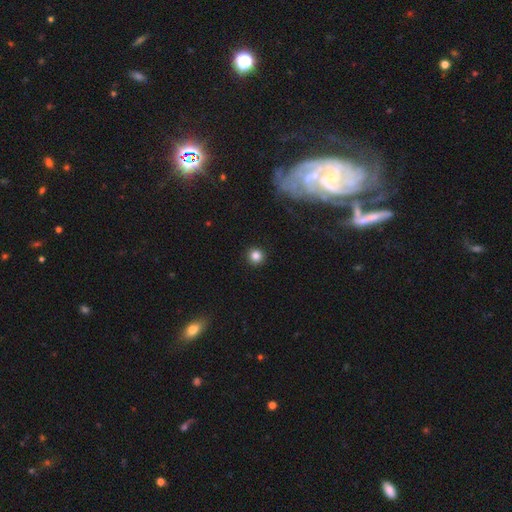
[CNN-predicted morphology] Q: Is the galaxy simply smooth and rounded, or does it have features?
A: smooth — 84%.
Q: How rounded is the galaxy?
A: round — 95%.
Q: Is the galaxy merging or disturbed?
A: none — 93%.